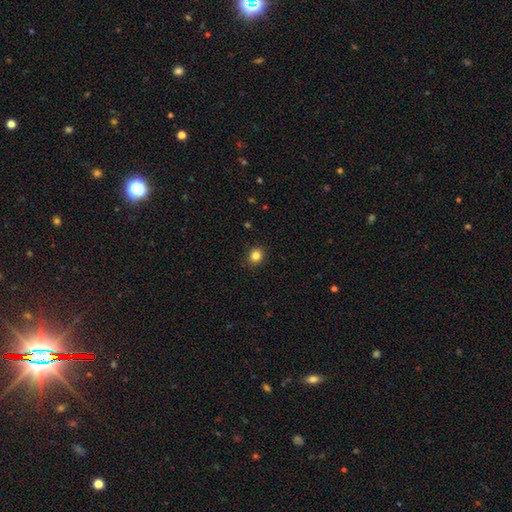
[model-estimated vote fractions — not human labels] A smooth galaxy with no disk features (84%) that is round (78%). Merging: none (90%).